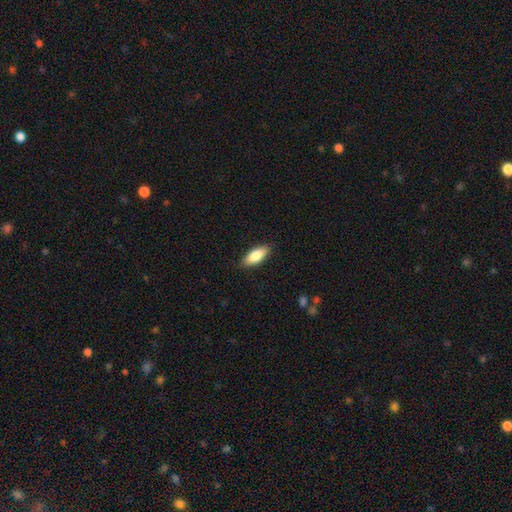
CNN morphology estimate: smooth-or-featured: smooth: 83% | featured or disk: 12% | star or artifact: 6%
  how-rounded: in between: 76% | cigar-shaped: 22% | round: 2%
  merging: none: 88% | minor disturbance: 9% | major disturbance: 2% | merger: 1%